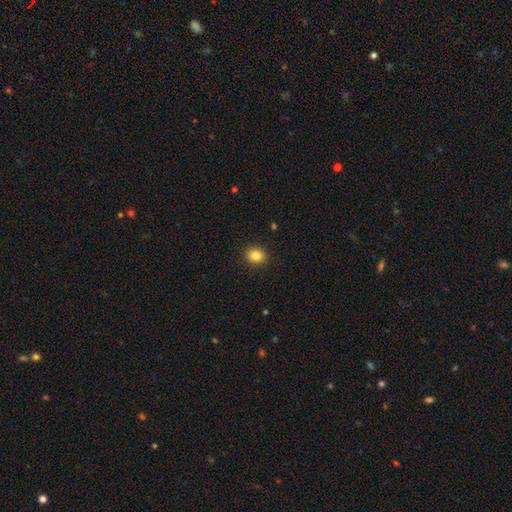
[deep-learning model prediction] smooth 84%, star or artifact 11%, featured or disk 5%. Down the decision tree: how rounded — round (69%); merging — none (91%).